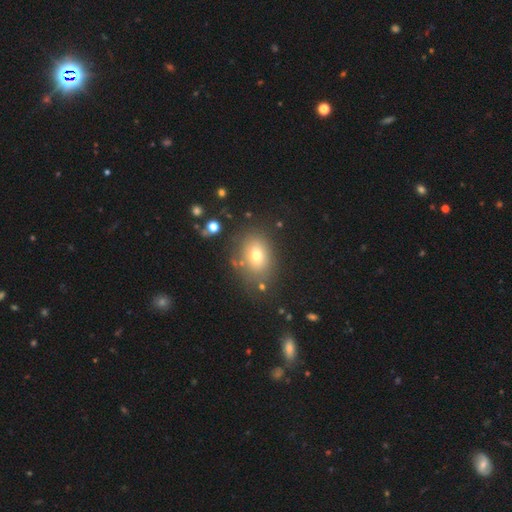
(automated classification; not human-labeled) Smooth or featured: smooth — 69% (featured or disk — 17%)
How rounded: in between — 69% (round — 30%)
Merging: none — 74% (minor disturbance — 15%)